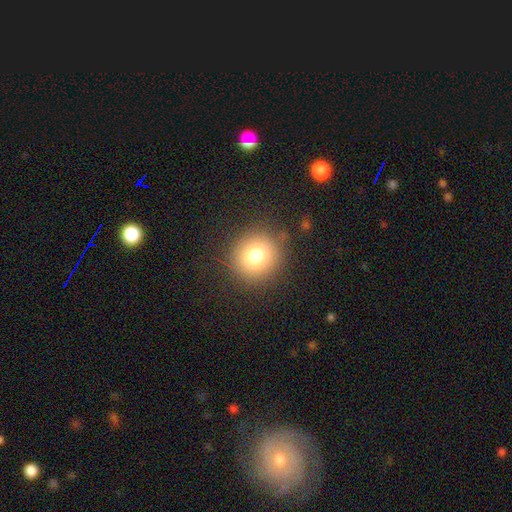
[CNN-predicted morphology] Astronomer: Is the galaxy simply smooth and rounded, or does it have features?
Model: smooth — 77%.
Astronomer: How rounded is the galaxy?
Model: round — 91%.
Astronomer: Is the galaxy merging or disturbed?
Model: none — 86%.